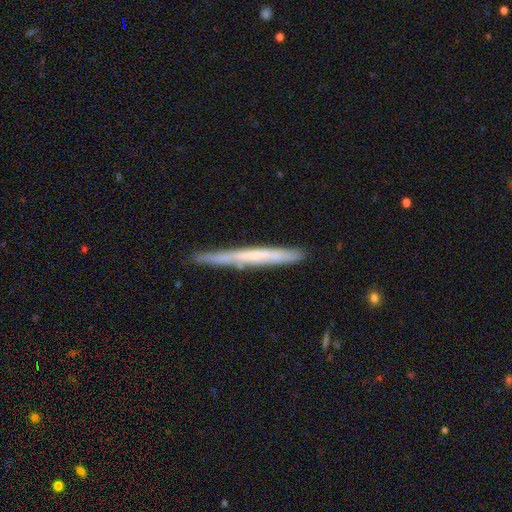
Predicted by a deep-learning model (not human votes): smooth-or-featured: featured or disk: 53% | smooth: 41% | star or artifact: 6%
  disk-edge-on: yes: 93% | no: 7%
  merging: none: 81% | minor disturbance: 15% | major disturbance: 2% | merger: 2%